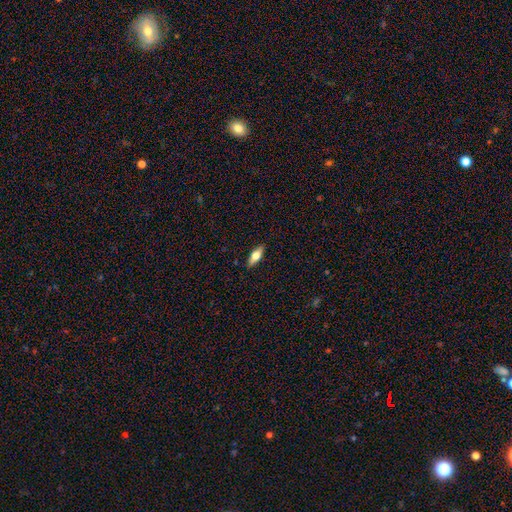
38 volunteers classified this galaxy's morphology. A featured or disk galaxy (55%) viewed edge-on (86%) with a rounded central bulge (94%). Merging: none (94%).